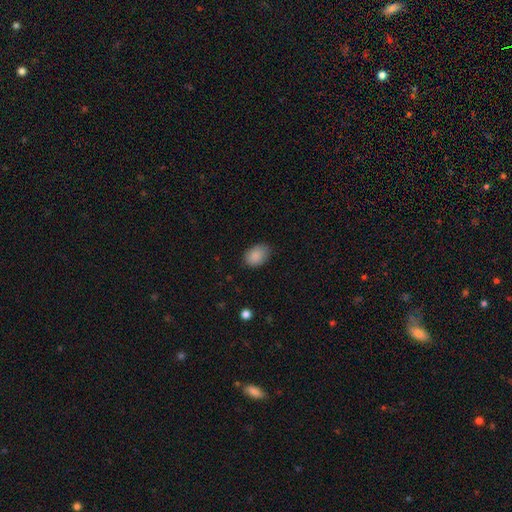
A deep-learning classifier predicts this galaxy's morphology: This appears to be a smooth galaxy with no disk features (88%) that is in between round and cigar-shaped (78%). Merging: none (73%).